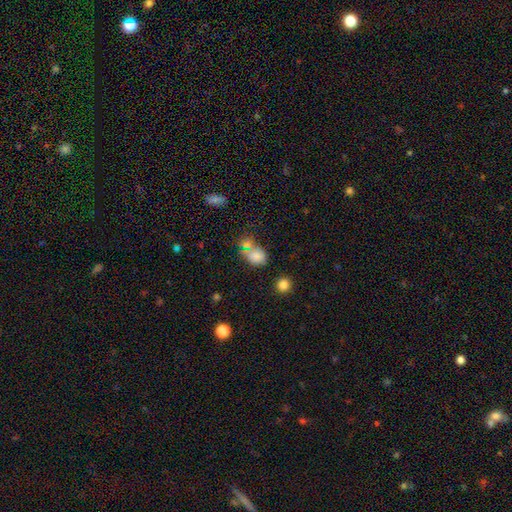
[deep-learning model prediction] Smooth or featured?
  - smooth: 78% *
  - star or artifact: 13%
  - featured or disk: 9%
How rounded?
  - in between: 65% *
  - round: 34%
  - cigar-shaped: 2%
Merging?
  - none: 42% *
  - merger: 33%
  - minor disturbance: 17%
  - major disturbance: 8%